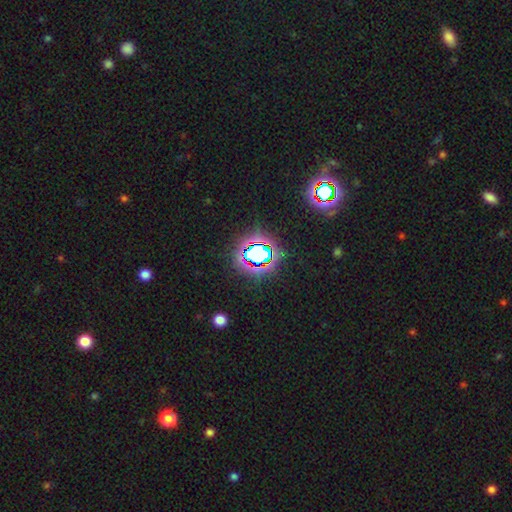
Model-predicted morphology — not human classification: A star or artifact, not a galaxy (69%).

Vote fractions:
- Smooth or featured? star or artifact: 69% / smooth: 19% / featured or disk: 12%